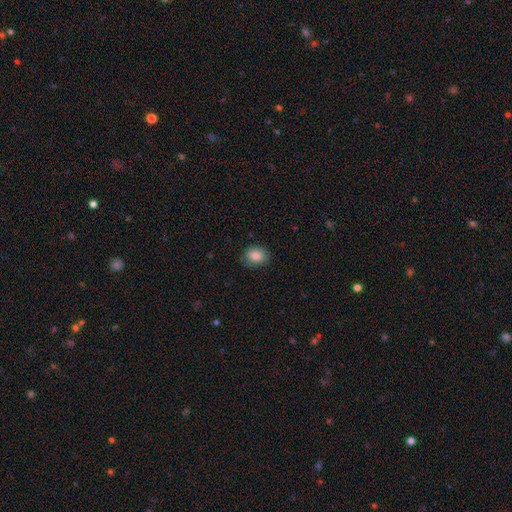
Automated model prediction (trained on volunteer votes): Smooth or featured: smooth — 86% (star or artifact — 8%)
How rounded: round — 53% (in between — 46%)
Merging: none — 80% (minor disturbance — 16%)